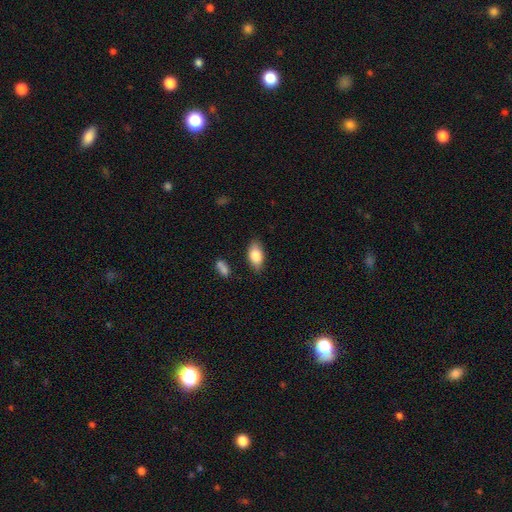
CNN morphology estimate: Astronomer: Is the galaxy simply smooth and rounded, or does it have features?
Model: smooth — 82%.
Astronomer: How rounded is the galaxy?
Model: in between — 91%.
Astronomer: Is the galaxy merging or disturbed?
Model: none — 83%.